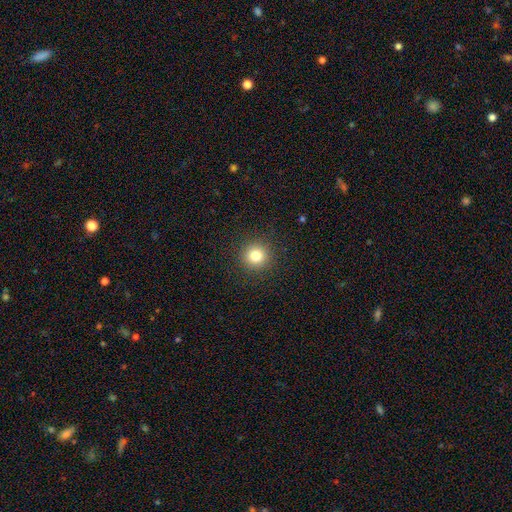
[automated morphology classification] This is clearly a smooth galaxy (81%). How rounded: clearly round (95%). Merging: clearly none (92%).